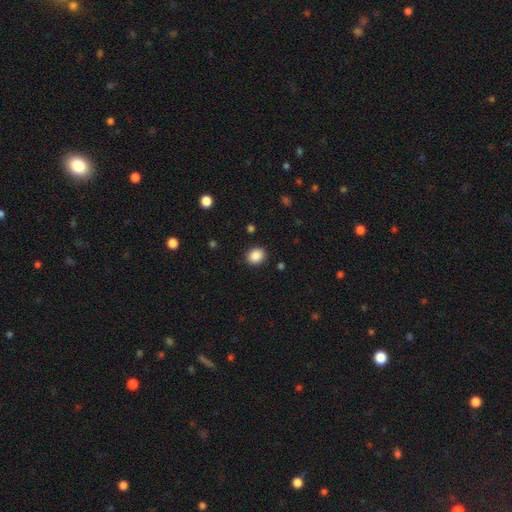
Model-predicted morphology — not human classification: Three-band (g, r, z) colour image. It shows a smooth galaxy with no disk features (88%) that is round (61%). Merging: none (90%).